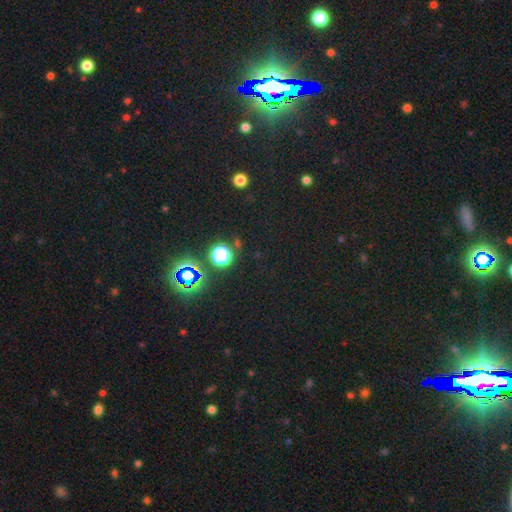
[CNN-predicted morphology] smooth-or-featured: star or artifact: 80% | smooth: 14% | featured or disk: 6%